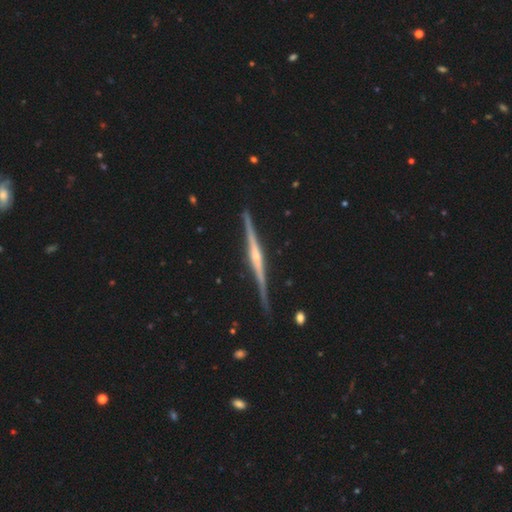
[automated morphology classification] featured or disk 86%, smooth 10%, star or artifact 5%. Down the decision tree: edge-on disk — yes (98%); edge-on bulge — rounded (68%); merging — none (88%).